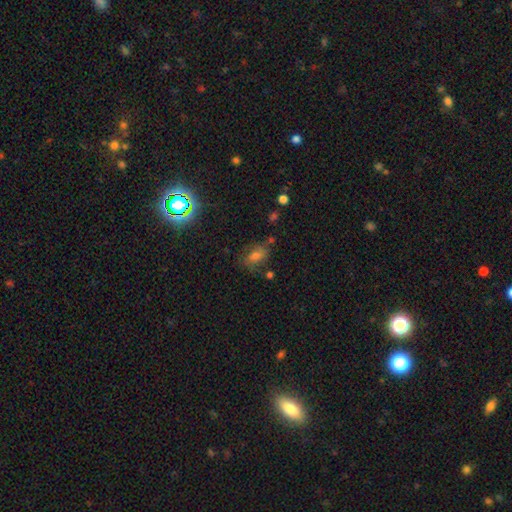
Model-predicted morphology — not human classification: This is possibly a smooth galaxy (51%). How rounded: likely in between (72%). Merging: likely none (66%).